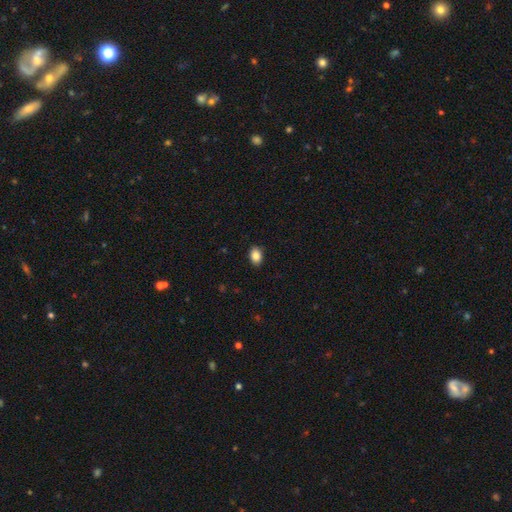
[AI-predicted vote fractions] Overall: smooth (87%). How rounded: in between (77%). Merging: none (90%).